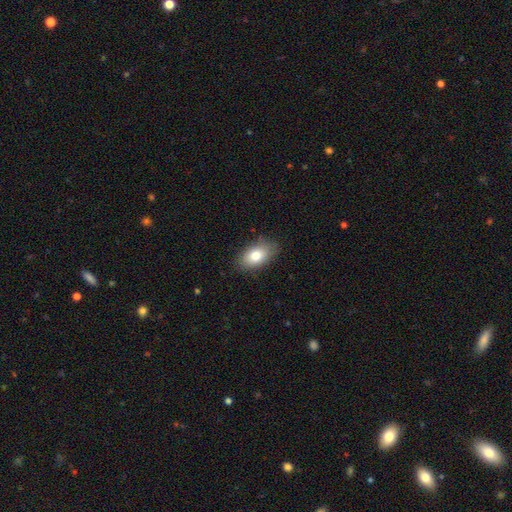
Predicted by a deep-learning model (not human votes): Smooth or featured: smooth — 79% (featured or disk — 13%)
How rounded: in between — 91% (round — 6%)
Merging: none — 84% (minor disturbance — 13%)